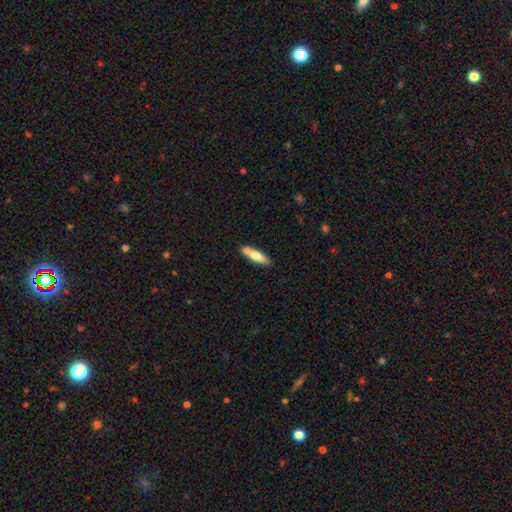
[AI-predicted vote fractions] Q: Smooth or featured?
A: smooth (65%); runner-up: featured or disk (29%)
Q: How rounded?
A: cigar-shaped (62%); runner-up: in between (36%)
Q: Merging?
A: none (75%); runner-up: minor disturbance (15%)